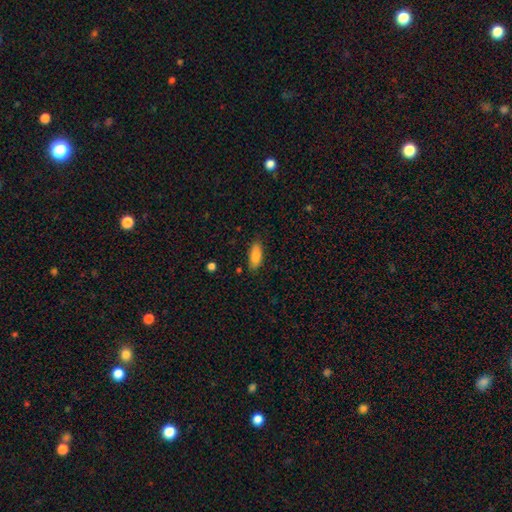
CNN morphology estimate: Overall: smooth (86%). How rounded: in between (76%). Merging: none (85%).